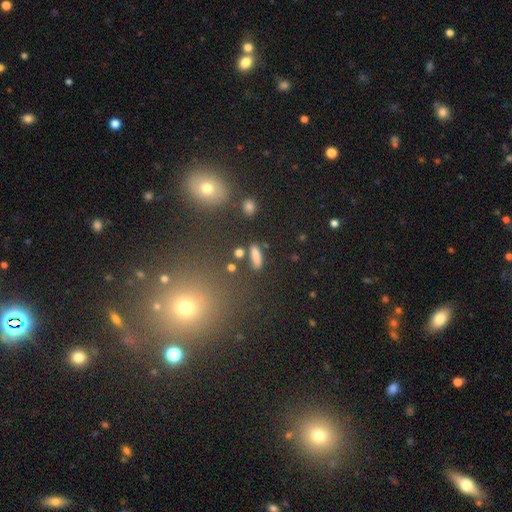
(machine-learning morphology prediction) A smooth galaxy with no disk features (80%) that is cigar-shaped (59%). Merging: none (77%).